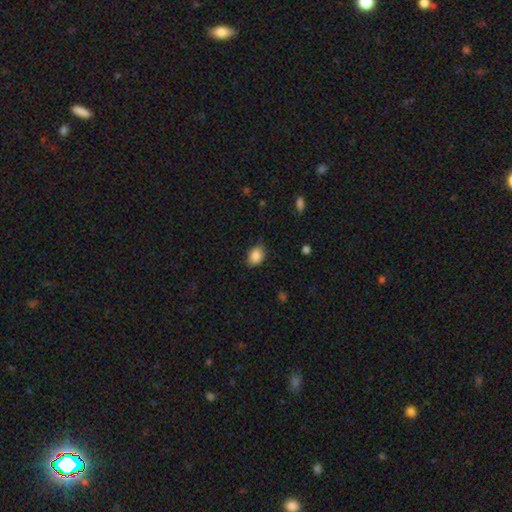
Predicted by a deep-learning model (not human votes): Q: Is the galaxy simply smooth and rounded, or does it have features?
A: smooth — 87%.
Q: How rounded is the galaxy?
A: in between — 69%.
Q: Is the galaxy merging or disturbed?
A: none — 81%.